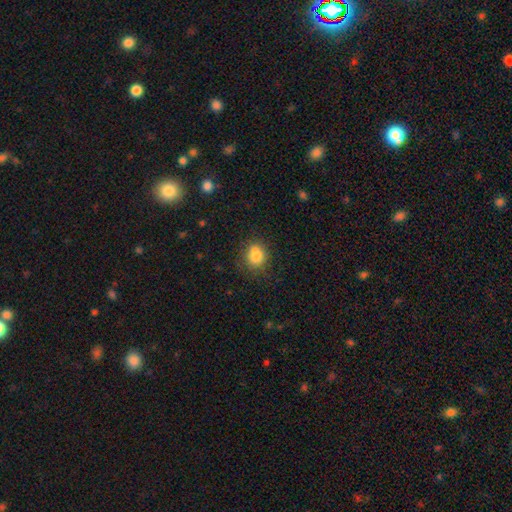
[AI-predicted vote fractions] Smooth or featured? smooth (80%)
How rounded? round (73%)
Merging? none (66%)